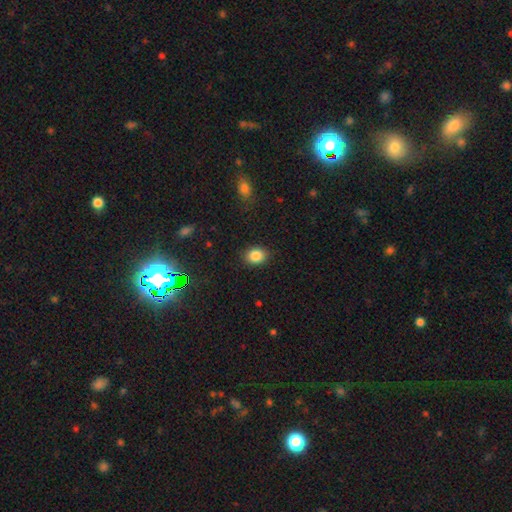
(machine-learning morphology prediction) Overall: smooth (85%). How rounded: in between (54%; round 45%). Merging: none (88%).